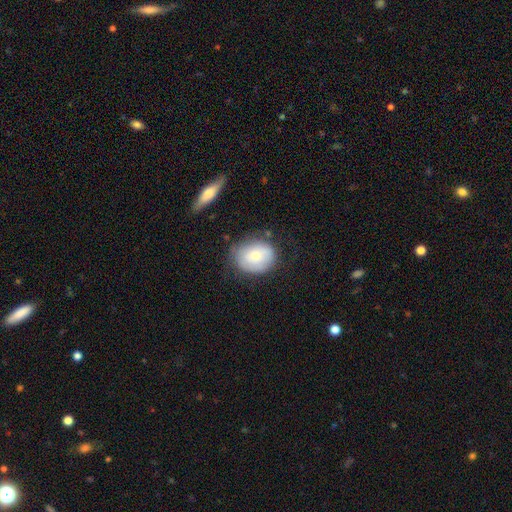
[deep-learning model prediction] Overall: smooth (68%). How rounded: round (50%; in between 49%). Merging: none (65%).